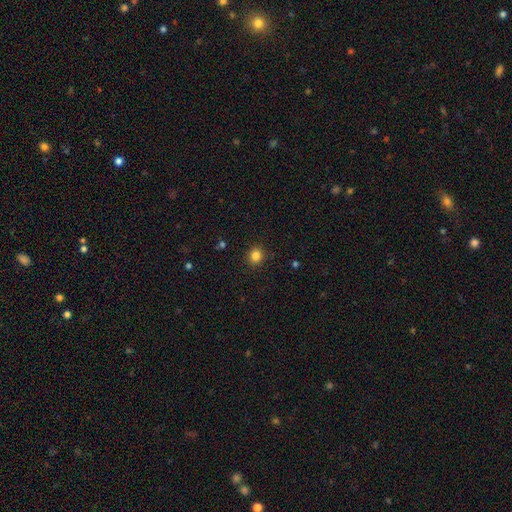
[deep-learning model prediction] Q: Smooth or featured?
A: smooth (83%); runner-up: star or artifact (12%)
Q: How rounded?
A: round (83%); runner-up: in between (16%)
Q: Merging?
A: none (90%); runner-up: minor disturbance (6%)